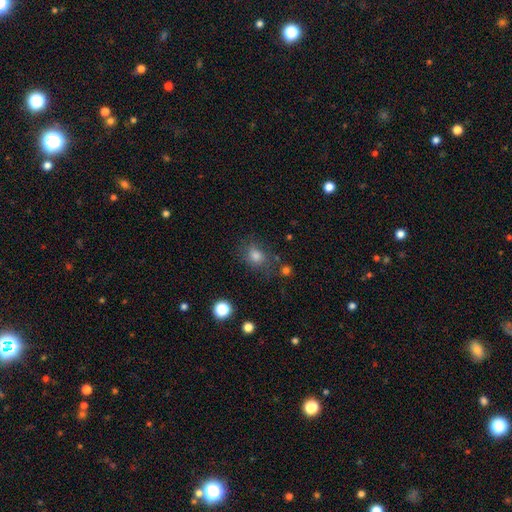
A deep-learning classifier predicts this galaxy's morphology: smooth_or_featured: smooth (p=0.77) [alt: star or artifact p=0.15]
how_rounded: round (p=0.54) [alt: in between p=0.45]
merging: none (p=0.71) [alt: minor disturbance p=0.17]